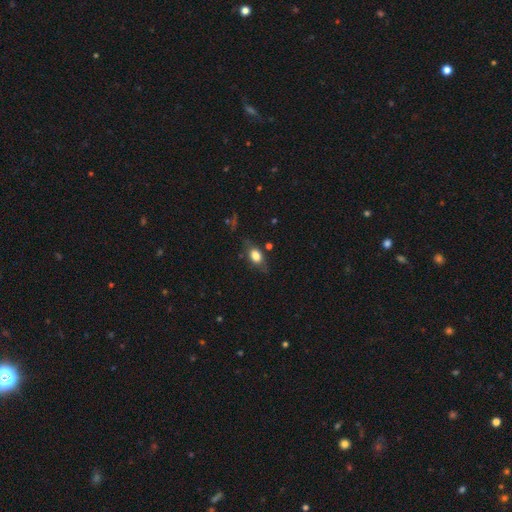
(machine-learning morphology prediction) The model was most divided on "merging": none: 67%, minor disturbance: 22%, major disturbance: 8%, merger: 3%. More confident: how rounded — in between (79%); smooth or featured — smooth (73%).